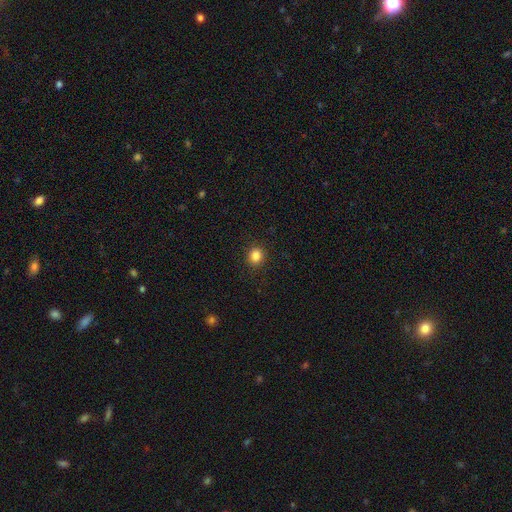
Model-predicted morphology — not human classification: Smooth or featured?
  - smooth: 84% *
  - star or artifact: 11%
  - featured or disk: 4%
How rounded?
  - round: 80% *
  - in between: 19%
  - cigar-shaped: 1%
Merging?
  - none: 91% *
  - minor disturbance: 6%
  - major disturbance: 2%
  - merger: 1%